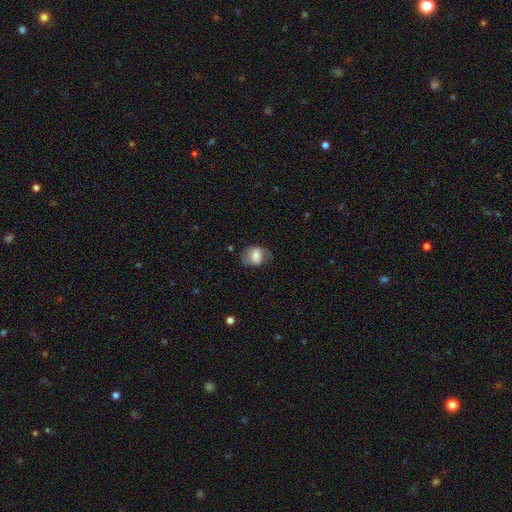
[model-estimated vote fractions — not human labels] This is possibly a smooth galaxy (56%). How rounded: possibly in between (55%). Merging: possibly none (57%).